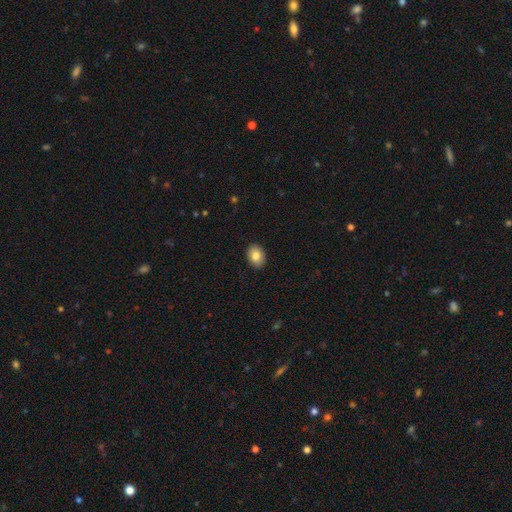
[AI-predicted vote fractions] This appears to be a smooth galaxy with no disk features (83%) that is in between round and cigar-shaped (74%). Merging: none (90%).